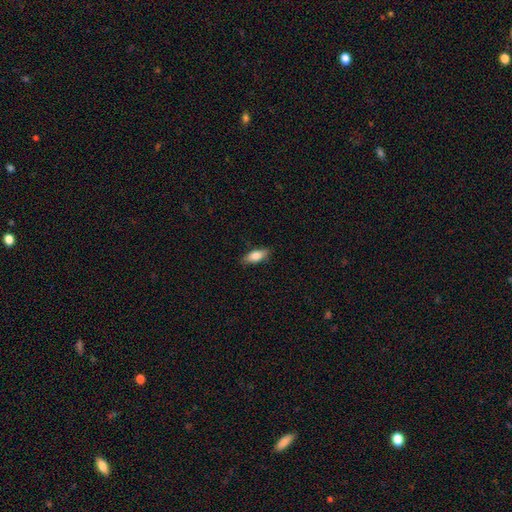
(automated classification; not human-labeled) Q: Smooth or featured?
A: smooth (77%); runner-up: featured or disk (17%)
Q: How rounded?
A: in between (77%); runner-up: cigar-shaped (20%)
Q: Merging?
A: none (85%); runner-up: minor disturbance (12%)